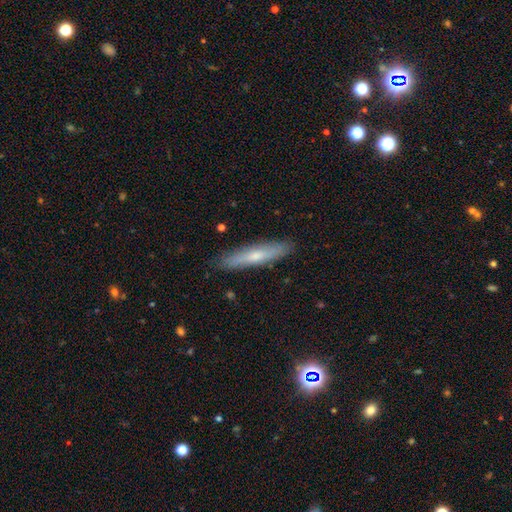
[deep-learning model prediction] Smooth or featured?
  - smooth: 57% *
  - featured or disk: 36%
  - star or artifact: 7%
How rounded?
  - cigar-shaped: 87% *
  - in between: 12%
  - round: 2%
Merging?
  - none: 88% *
  - minor disturbance: 9%
  - major disturbance: 2%
  - merger: 1%